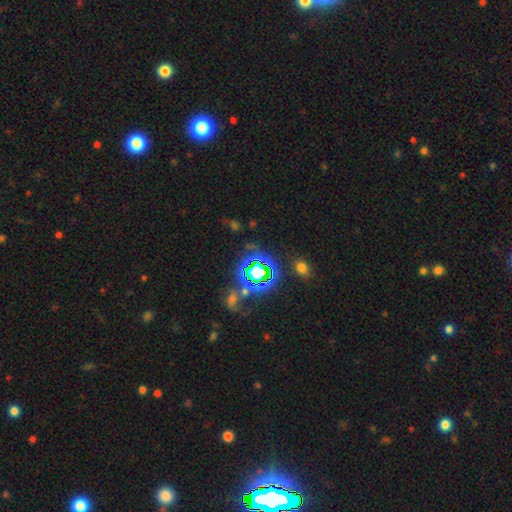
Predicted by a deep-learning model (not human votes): A star or artifact, not a galaxy (65%).

Vote fractions:
- Smooth or featured? star or artifact: 65% / smooth: 25% / featured or disk: 11%